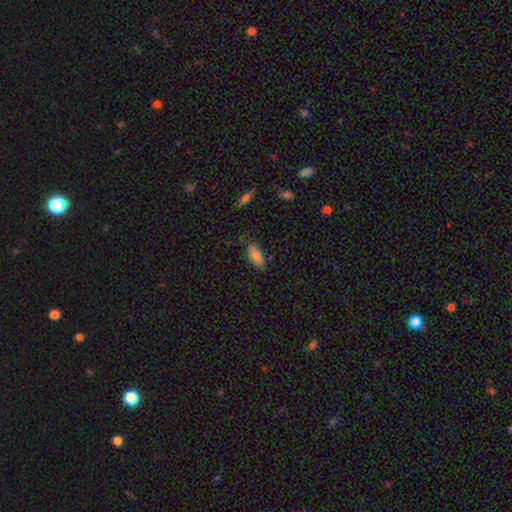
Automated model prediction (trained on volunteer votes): Smooth or featured?
  - smooth: 81% *
  - featured or disk: 11%
  - star or artifact: 8%
How rounded?
  - in between: 82% *
  - cigar-shaped: 16%
  - round: 2%
Merging?
  - none: 73% *
  - minor disturbance: 20%
  - major disturbance: 4%
  - merger: 3%